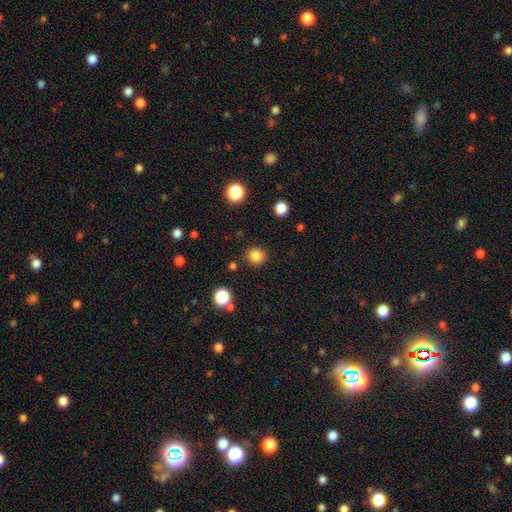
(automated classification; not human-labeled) This is clearly a smooth galaxy (83%). How rounded: clearly round (87%). Merging: clearly none (88%).